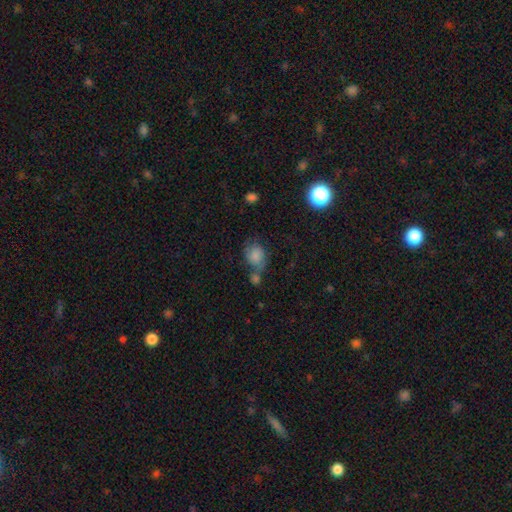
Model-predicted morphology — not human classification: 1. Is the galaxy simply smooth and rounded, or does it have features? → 77% smooth, 13% featured or disk, 10% star or artifact.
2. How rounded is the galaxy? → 50% in between, 49% round, 1% cigar-shaped.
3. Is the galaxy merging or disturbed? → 42% none, 27% merger, 20% minor disturbance, 11% major disturbance.